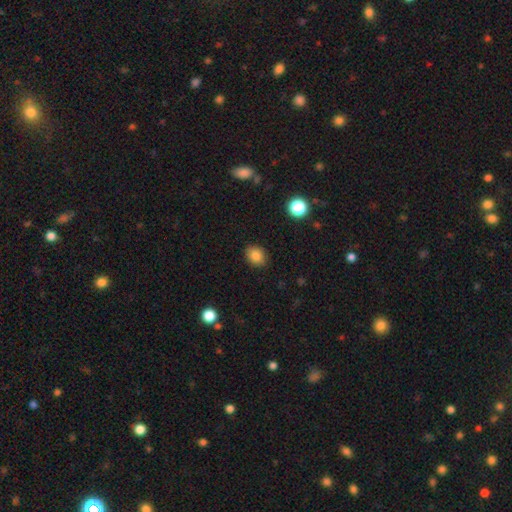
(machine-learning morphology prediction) smooth_or_featured: smooth (p=0.83) [alt: star or artifact p=0.11]
how_rounded: in between (p=0.53) [alt: round p=0.46]
merging: none (p=0.88) [alt: minor disturbance p=0.09]